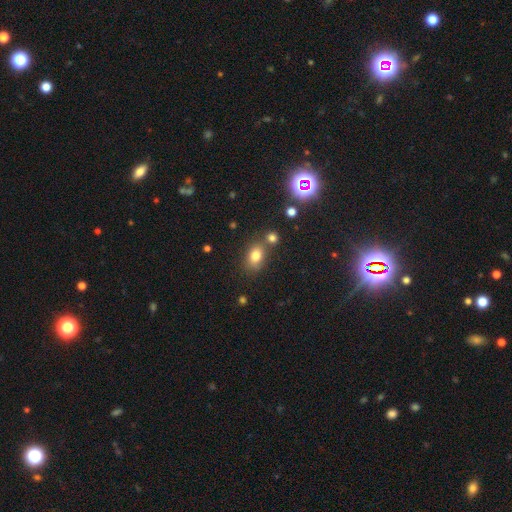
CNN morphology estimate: Smooth or featured? Predicted: smooth (p=0.78). How rounded? Predicted: in between (p=0.73). Merging? Predicted: none (p=0.65).